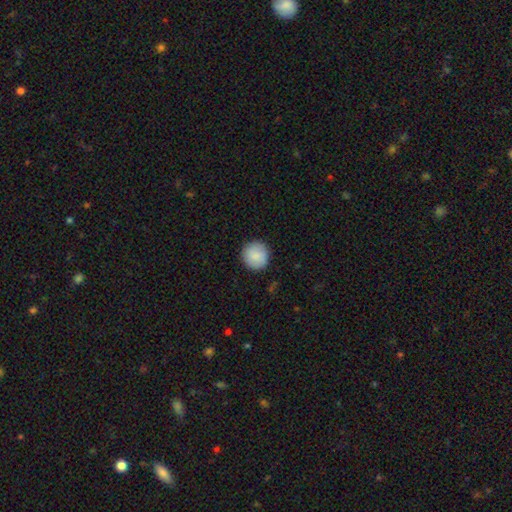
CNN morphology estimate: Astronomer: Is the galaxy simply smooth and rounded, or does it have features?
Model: smooth — 88%.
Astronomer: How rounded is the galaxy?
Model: round — 94%.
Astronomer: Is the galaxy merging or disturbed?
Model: none — 90%.